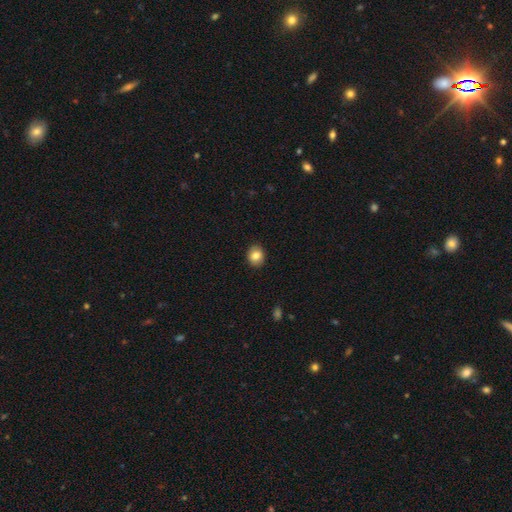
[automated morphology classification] Q: Smooth or featured?
A: smooth (82%); runner-up: featured or disk (9%)
Q: How rounded?
A: round (58%); runner-up: in between (41%)
Q: Merging?
A: none (90%); runner-up: minor disturbance (7%)